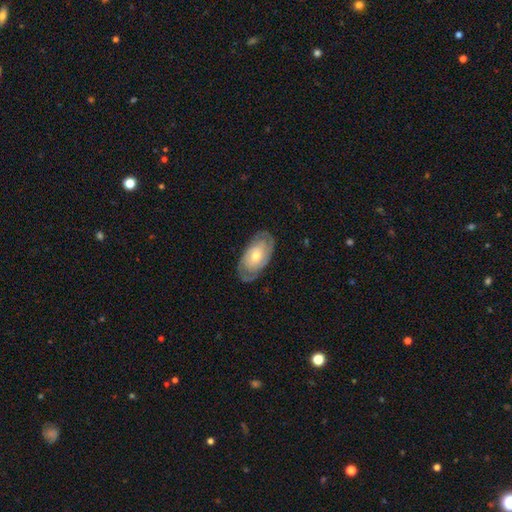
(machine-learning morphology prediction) smooth-or-featured: featured or disk: 63% | smooth: 31% | star or artifact: 6%
  disk-edge-on: no: 92% | yes: 8%
    bar: no: 76% | weak: 19% | strong: 5%
    has-spiral-arms: yes: 74% | no: 26%
    bulge-size: moderate: 55% | small: 40% | large: 4% | none: 1% | dominant: 1%
  merging: none: 77% | minor disturbance: 16% | major disturbance: 5% | merger: 1%